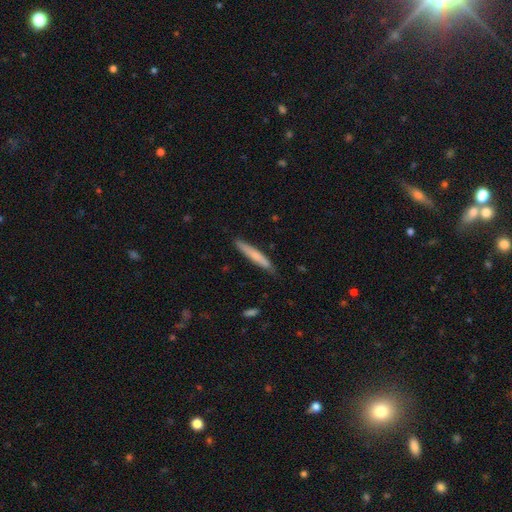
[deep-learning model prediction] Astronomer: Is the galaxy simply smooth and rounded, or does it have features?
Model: smooth — 68%.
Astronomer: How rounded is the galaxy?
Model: cigar-shaped — 95%.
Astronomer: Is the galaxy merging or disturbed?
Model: none — 83%.